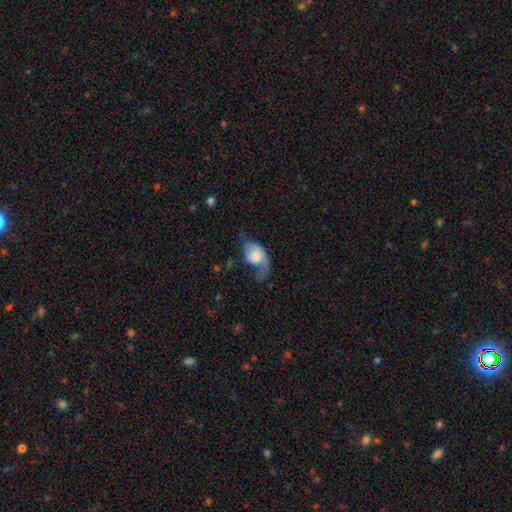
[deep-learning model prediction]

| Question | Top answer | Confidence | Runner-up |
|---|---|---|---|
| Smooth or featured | smooth | 49% | featured or disk (44%) |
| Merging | major disturbance | 48% | minor disturbance (26%) |